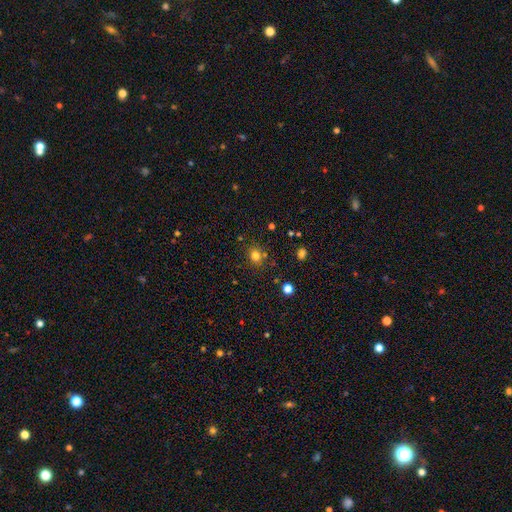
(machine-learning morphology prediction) A smooth galaxy with no disk features (78%) that is round (66%).

Vote fractions:
- Smooth or featured? smooth: 78% / star or artifact: 16% / featured or disk: 6%
- How rounded? round: 66% / in between: 33% / cigar-shaped: 1%
- Merging? none: 79% / minor disturbance: 11% / merger: 6% / major disturbance: 3%